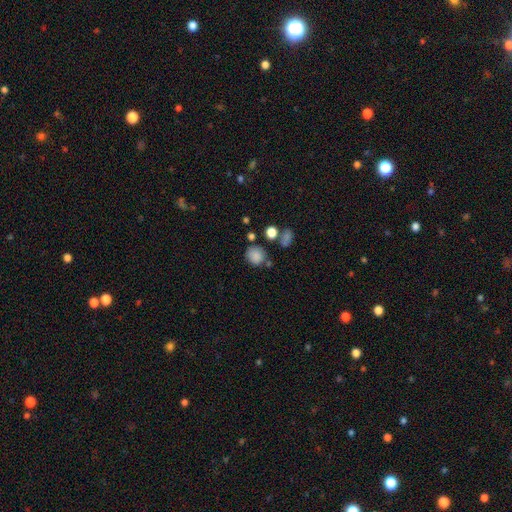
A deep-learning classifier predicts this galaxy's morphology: The model was most divided on "merging": none: 69%, minor disturbance: 15%, merger: 11%, major disturbance: 5%. More confident: smooth or featured — smooth (83%); how rounded — round (80%).